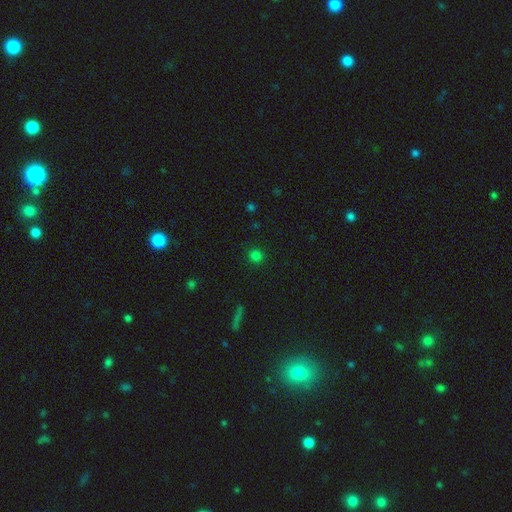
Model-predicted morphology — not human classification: type=smooth (80%); roundness=round (90%); merging=none (90%).